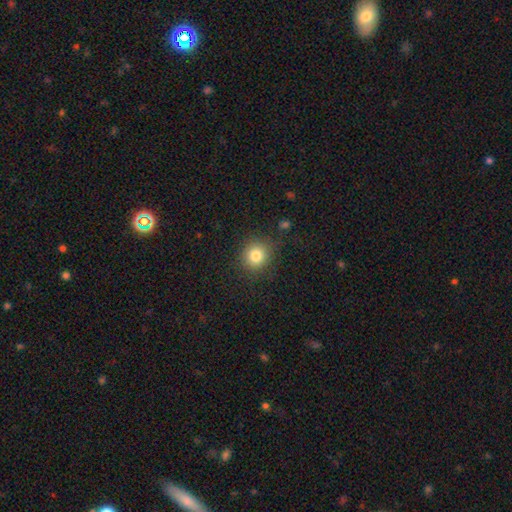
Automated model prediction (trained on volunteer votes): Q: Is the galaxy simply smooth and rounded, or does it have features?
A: smooth — 82%.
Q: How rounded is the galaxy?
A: round — 86%.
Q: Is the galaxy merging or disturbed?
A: none — 86%.